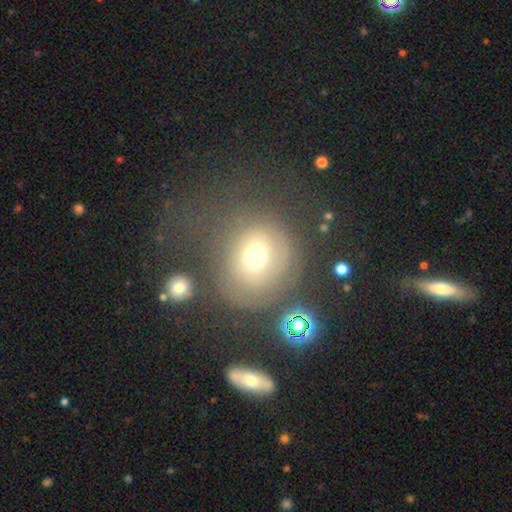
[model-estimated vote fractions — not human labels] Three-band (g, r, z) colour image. It shows a smooth galaxy with no disk features (63%) that is round (81%). Merging: none (59%).